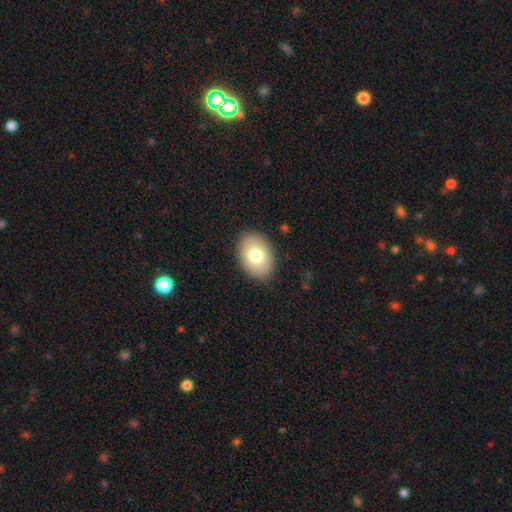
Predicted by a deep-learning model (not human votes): smooth-or-featured: smooth: 77% | featured or disk: 15% | star or artifact: 8%
  how-rounded: in between: 82% | round: 17% | cigar-shaped: 1%
  merging: none: 88% | minor disturbance: 9% | major disturbance: 2% | merger: 1%